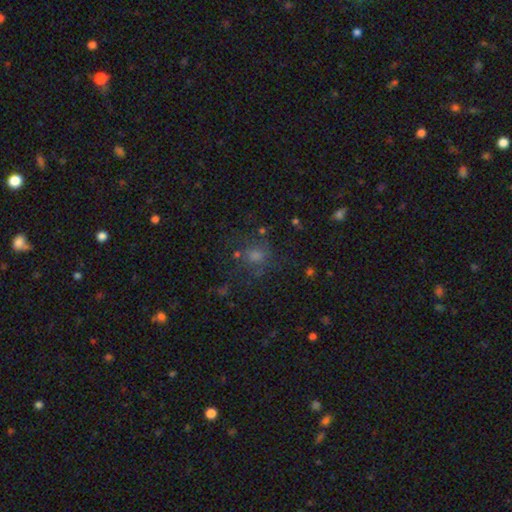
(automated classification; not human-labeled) A smooth galaxy with no disk features (61%) that is round (72%).

Vote fractions:
- Smooth or featured? smooth: 61% / star or artifact: 20% / featured or disk: 19%
- How rounded? round: 72% / in between: 27% / cigar-shaped: 1%
- Merging? none: 57% / minor disturbance: 19% / major disturbance: 18% / merger: 6%